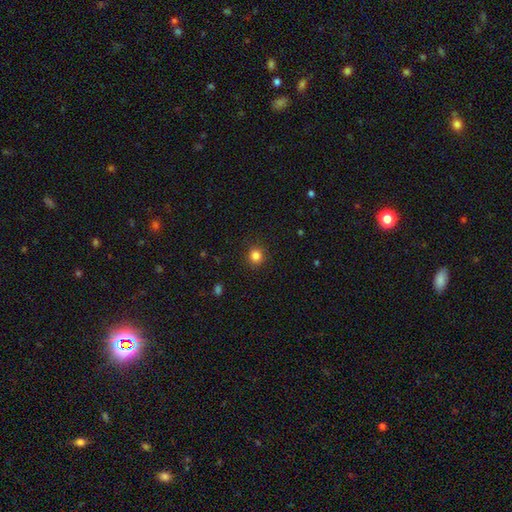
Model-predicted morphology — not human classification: The model was most divided on "smooth or featured": smooth: 83%, star or artifact: 12%, featured or disk: 5%. More confident: merging — none (91%); how rounded — round (91%).